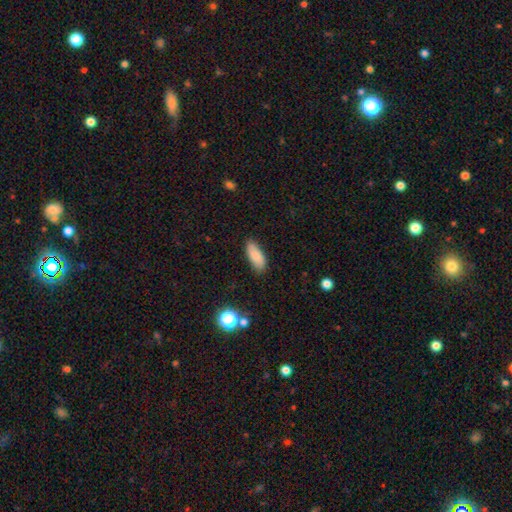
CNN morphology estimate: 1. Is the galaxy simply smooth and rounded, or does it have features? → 82% smooth, 10% featured or disk, 8% star or artifact.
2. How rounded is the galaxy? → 77% in between, 21% cigar-shaped, 2% round.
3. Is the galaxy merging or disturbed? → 84% none, 13% minor disturbance, 2% major disturbance, 1% merger.